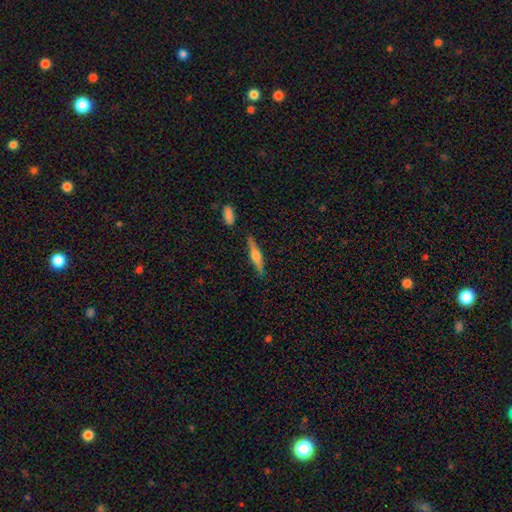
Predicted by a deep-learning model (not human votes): Q: Smooth or featured?
A: featured or disk (62%); runner-up: smooth (32%)
Q: Edge-on disk?
A: yes (96%); runner-up: no (4%)
Q: Edge-on bulge?
A: rounded (82%); runner-up: boxy (14%)
Q: Merging?
A: none (83%); runner-up: minor disturbance (11%)